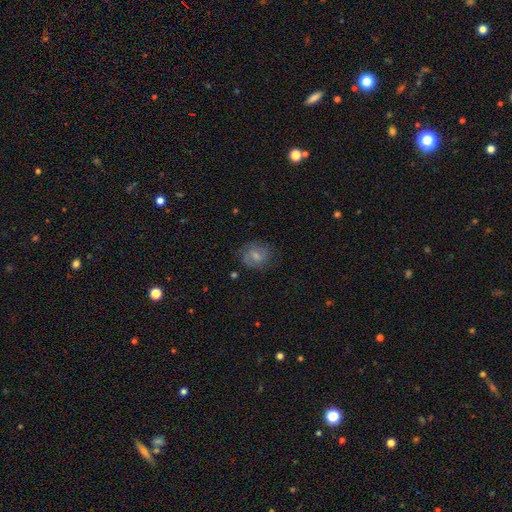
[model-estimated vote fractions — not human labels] Smooth or featured? smooth (61%)
How rounded? round (66%)
Merging? none (73%)